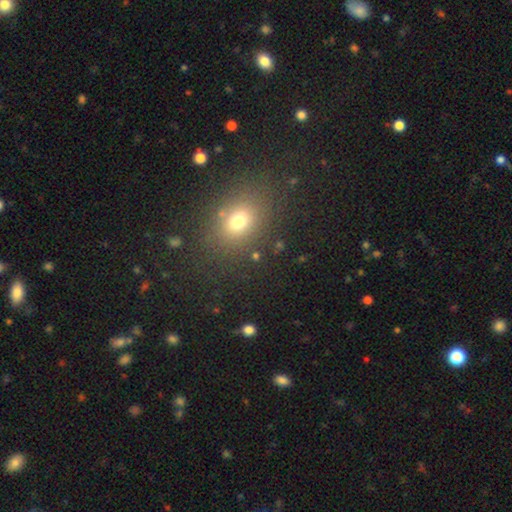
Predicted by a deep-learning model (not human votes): Q: Smooth or featured?
A: smooth (69%); runner-up: star or artifact (21%)
Q: How rounded?
A: in between (51%); runner-up: round (47%)
Q: Merging?
A: none (82%); runner-up: minor disturbance (10%)